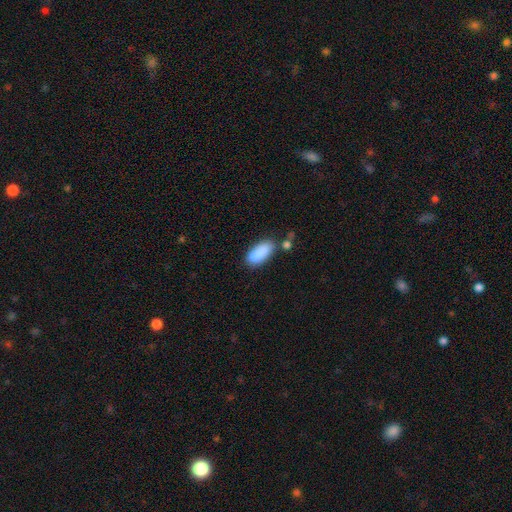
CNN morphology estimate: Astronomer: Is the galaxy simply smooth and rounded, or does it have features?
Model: smooth — 85%.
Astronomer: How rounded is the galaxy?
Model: in between — 78%.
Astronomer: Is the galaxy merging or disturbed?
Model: none — 58%.